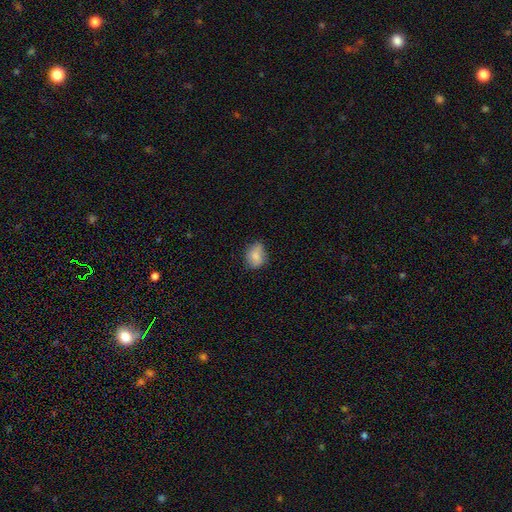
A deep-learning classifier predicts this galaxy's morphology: smooth_or_featured: smooth (p=0.78) [alt: featured or disk p=0.14]
how_rounded: in between (p=0.57) [alt: round p=0.42]
merging: none (p=0.56) [alt: minor disturbance p=0.35]